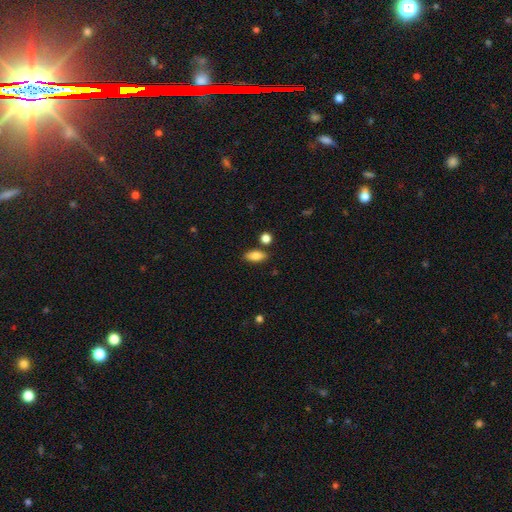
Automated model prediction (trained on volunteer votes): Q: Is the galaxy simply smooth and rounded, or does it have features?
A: smooth — 83%.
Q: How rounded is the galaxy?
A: in between — 85%.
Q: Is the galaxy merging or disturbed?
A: none — 81%.